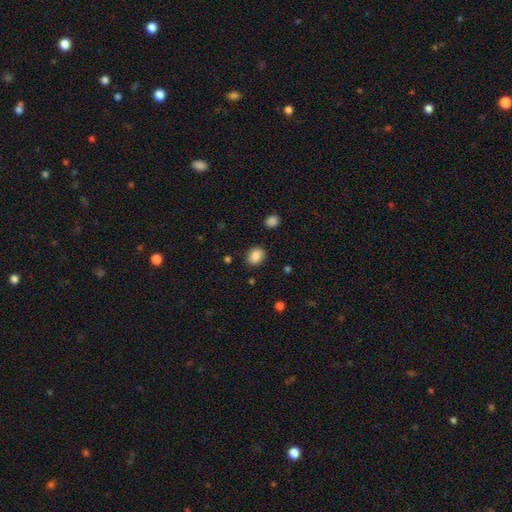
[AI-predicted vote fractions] Overall: smooth (86%). How rounded: round (55%; in between 44%). Merging: none (85%).